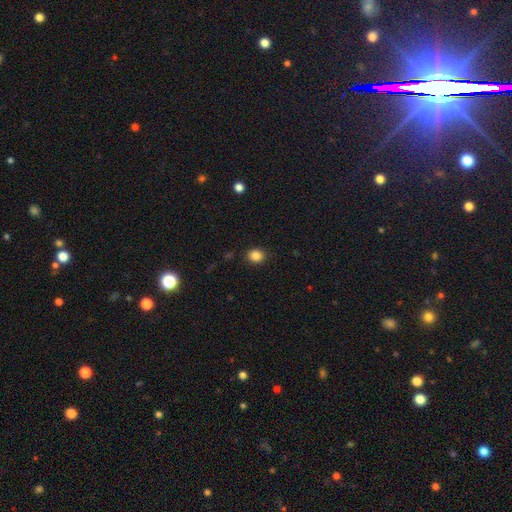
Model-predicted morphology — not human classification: Q: Smooth or featured?
A: smooth (85%); runner-up: star or artifact (11%)
Q: How rounded?
A: round (65%); runner-up: in between (34%)
Q: Merging?
A: none (89%); runner-up: minor disturbance (7%)